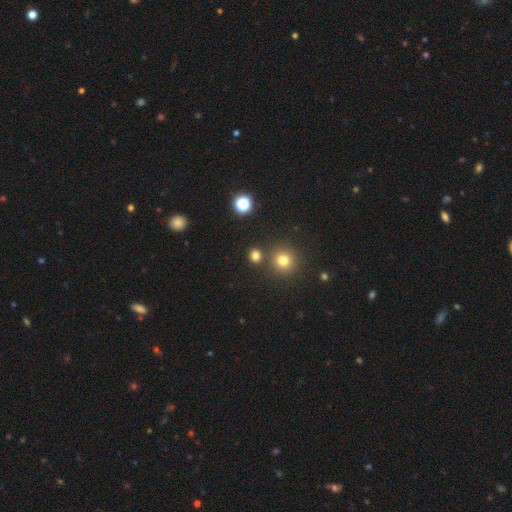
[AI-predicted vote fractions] Smooth or featured?
  - smooth: 76% *
  - star or artifact: 19%
  - featured or disk: 5%
How rounded?
  - round: 83% *
  - in between: 15%
  - cigar-shaped: 1%
Merging?
  - none: 82% *
  - merger: 9%
  - minor disturbance: 7%
  - major disturbance: 3%